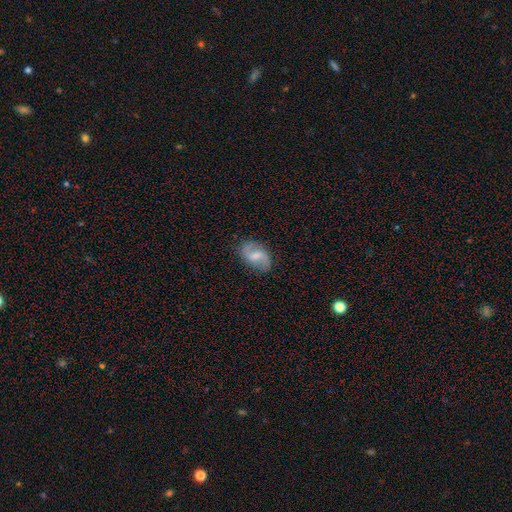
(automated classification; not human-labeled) Smooth or featured? featured or disk (67%)
Edge-on disk? no (97%)
Bar? weak (58%)
Spiral arms? yes (90%)
Spiral winding? loose (56%)
Spiral arm count? 2 (89%)
Bulge size? moderate (37%)
Merging? none (78%)